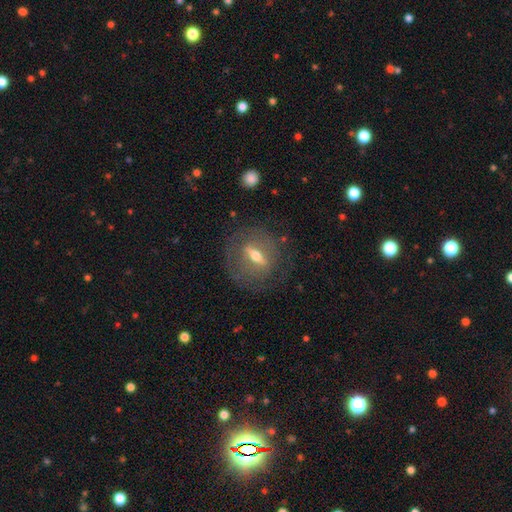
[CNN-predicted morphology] A featured or disk galaxy (73%).

Vote fractions:
- Smooth or featured? featured or disk: 73% / smooth: 19% / star or artifact: 8%
- Edge-on disk? no: 60% / yes: 40%
- Merging? none: 74% / minor disturbance: 14% / major disturbance: 11% / merger: 2%